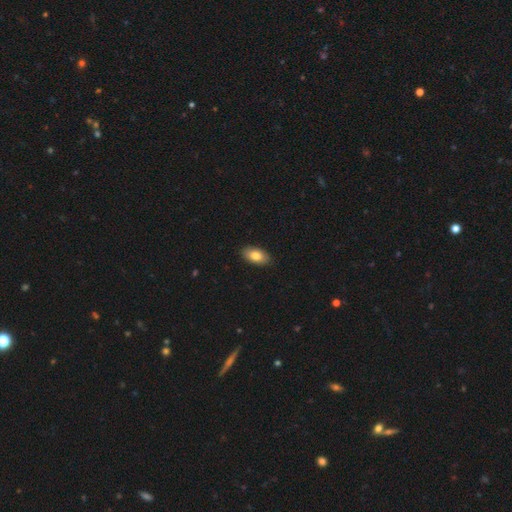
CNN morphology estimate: smooth_or_featured: smooth (p=0.82) [alt: featured or disk p=0.11]
how_rounded: in between (p=0.93) [alt: round p=0.04]
merging: none (p=0.89) [alt: minor disturbance p=0.08]